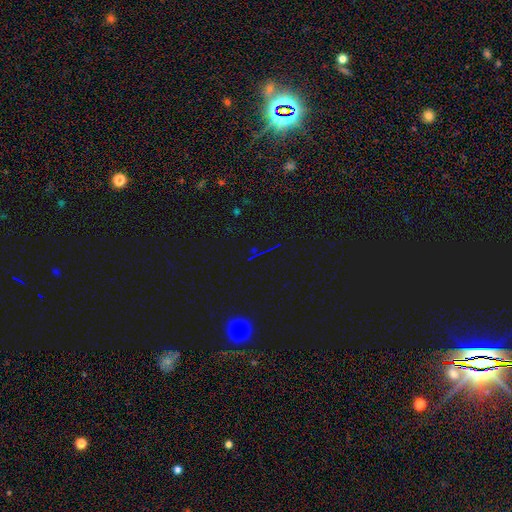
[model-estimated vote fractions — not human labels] smooth_or_featured: star or artifact (p=0.74) [alt: smooth p=0.13]